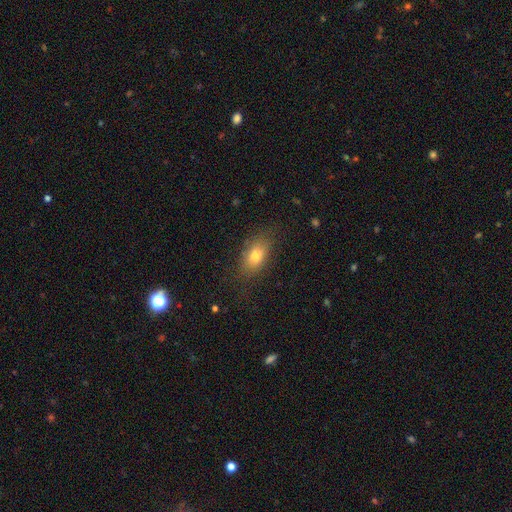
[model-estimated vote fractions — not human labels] Smooth or featured? Predicted: smooth (p=0.77). How rounded? Predicted: in between (p=0.85). Merging? Predicted: none (p=0.78).